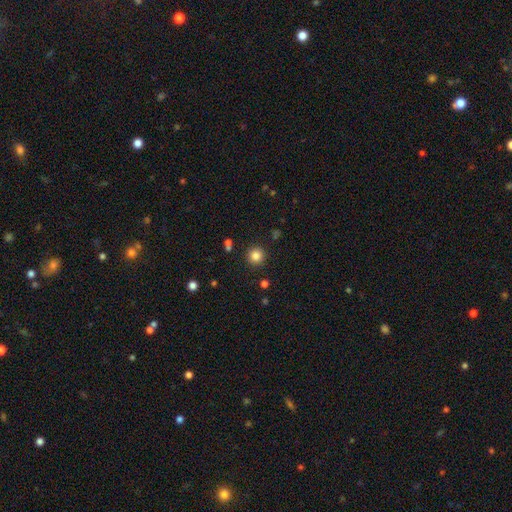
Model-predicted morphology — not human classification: type=smooth (83%); roundness=round (95%); merging=none (90%).